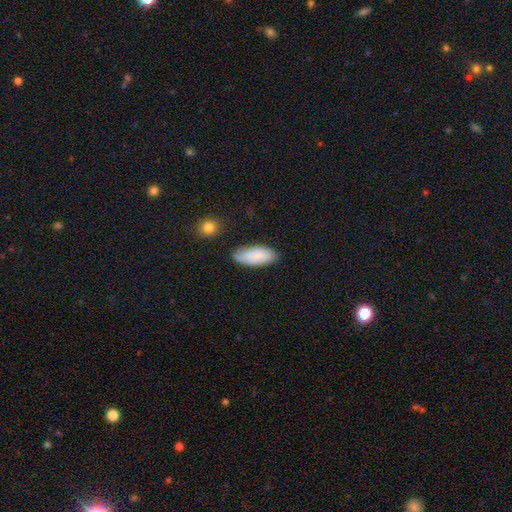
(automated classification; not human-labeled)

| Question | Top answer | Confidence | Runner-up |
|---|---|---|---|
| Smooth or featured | smooth | 84% | featured or disk (10%) |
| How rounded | in between | 83% | cigar-shaped (16%) |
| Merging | none | 79% | minor disturbance (16%) |